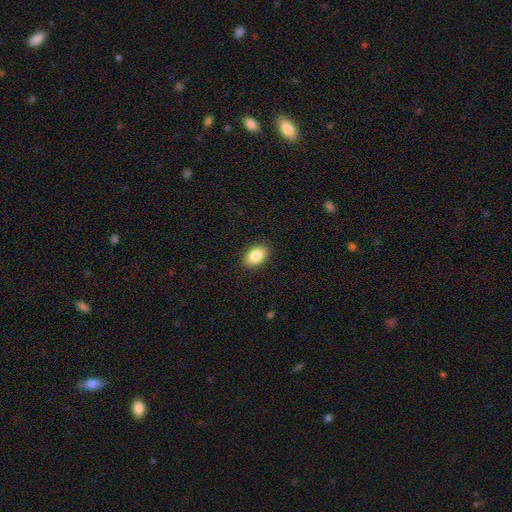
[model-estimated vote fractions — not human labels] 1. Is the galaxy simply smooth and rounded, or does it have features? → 86% smooth, 7% star or artifact, 7% featured or disk.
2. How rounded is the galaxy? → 87% in between, 11% round, 1% cigar-shaped.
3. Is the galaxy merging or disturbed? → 89% none, 8% minor disturbance, 2% major disturbance, 1% merger.